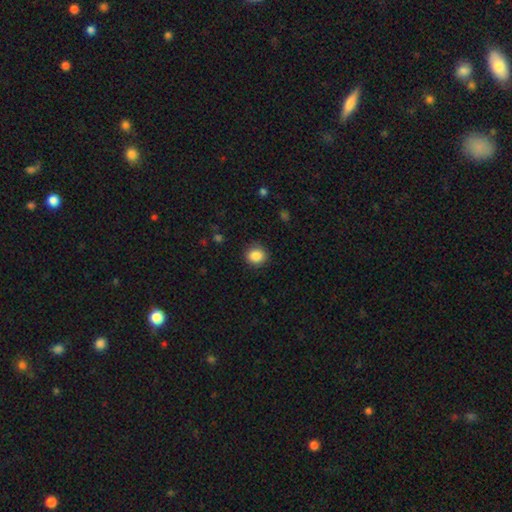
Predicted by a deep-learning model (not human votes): Morphology: type=smooth (87%); roundness=round (83%); merging=none (88%).